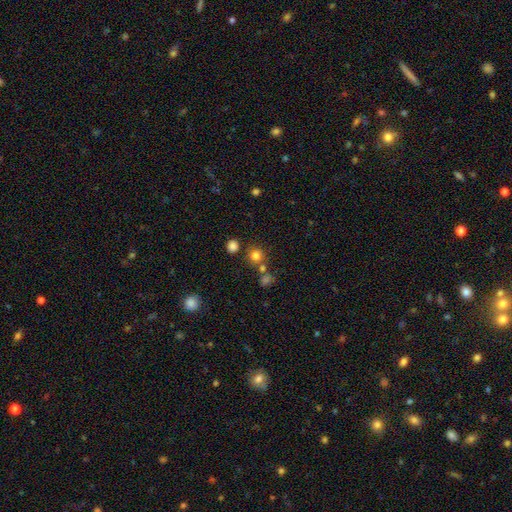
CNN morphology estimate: smooth 78%, star or artifact 15%, featured or disk 6%. Down the decision tree: how rounded — round (90%); merging — none (73%).